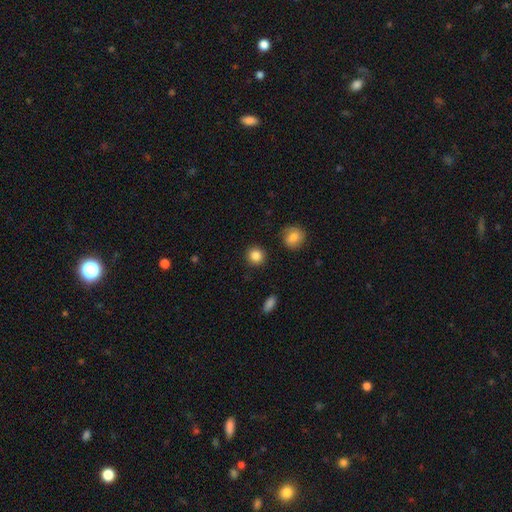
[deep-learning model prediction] This is clearly a smooth galaxy (86%). How rounded: clearly round (92%). Merging: clearly none (90%).